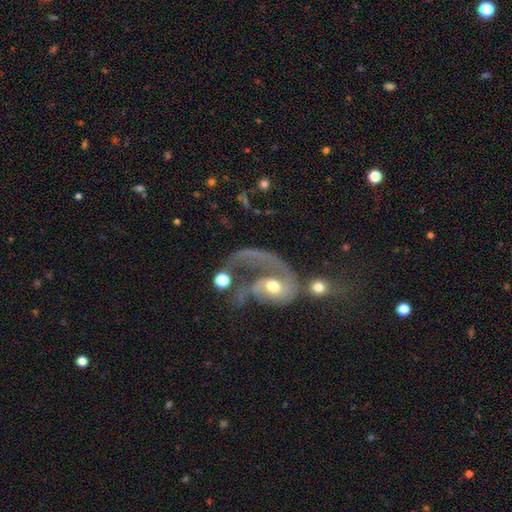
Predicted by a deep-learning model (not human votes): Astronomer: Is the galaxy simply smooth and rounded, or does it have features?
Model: featured or disk — 75%.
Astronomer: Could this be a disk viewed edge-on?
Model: no — 97%.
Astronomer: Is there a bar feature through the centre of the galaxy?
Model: no — 68%.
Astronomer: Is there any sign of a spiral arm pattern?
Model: yes — 81%.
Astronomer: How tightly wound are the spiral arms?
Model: loose — 56% (runner-up: medium, 31%).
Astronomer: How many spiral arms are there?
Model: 1 — 68%.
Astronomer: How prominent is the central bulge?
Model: moderate — 62%.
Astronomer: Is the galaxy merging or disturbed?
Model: merger — 40% (runner-up: major disturbance, 36%).